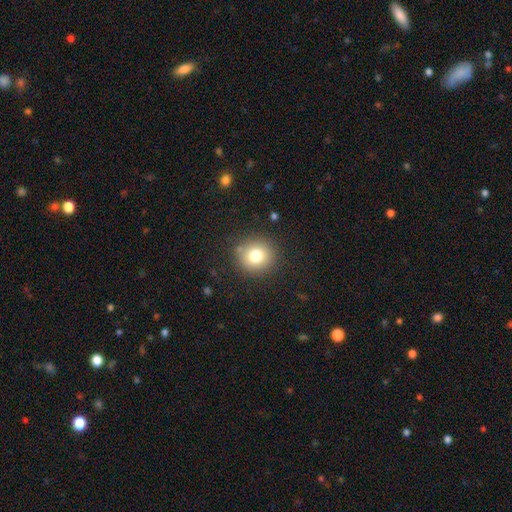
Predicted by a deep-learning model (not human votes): This appears to be a smooth galaxy with no disk features (78%) that is round (88%). Merging: none (87%).